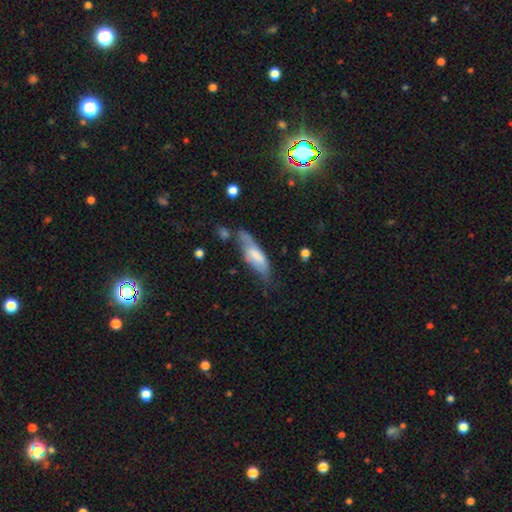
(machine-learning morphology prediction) smooth_or_featured: smooth (p=0.63) [alt: featured or disk p=0.31]
how_rounded: cigar-shaped (p=0.50) [alt: in between p=0.48]
merging: none (p=0.43) [alt: minor disturbance p=0.33]